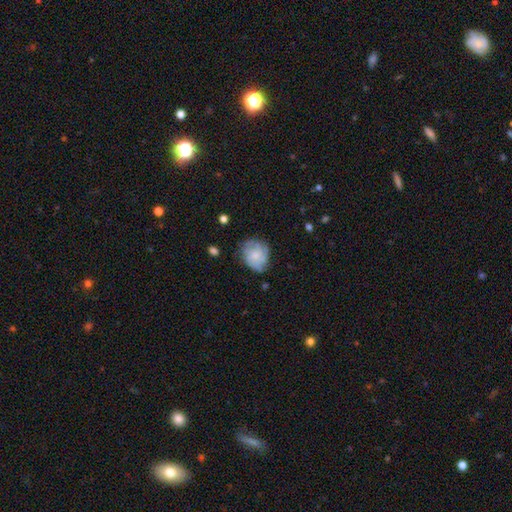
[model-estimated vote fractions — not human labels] Smooth or featured? smooth (55%)
How rounded? round (60%)
Merging? none (62%)